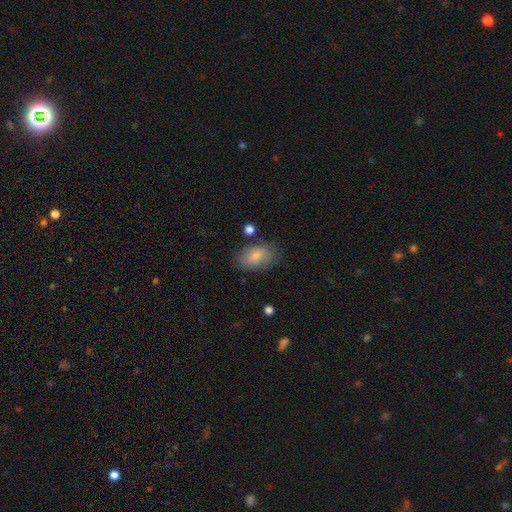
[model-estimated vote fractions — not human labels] A smooth galaxy with no disk features (78%) that is in between round and cigar-shaped (89%).

Vote fractions:
- Smooth or featured? smooth: 78% / featured or disk: 13% / star or artifact: 9%
- How rounded? in between: 89% / round: 9% / cigar-shaped: 2%
- Merging? none: 77% / minor disturbance: 16% / major disturbance: 4% / merger: 3%